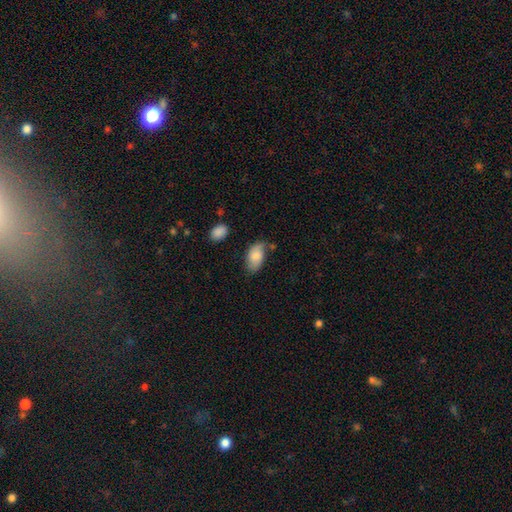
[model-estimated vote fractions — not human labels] Smooth or featured? smooth (78%)
How rounded? in between (94%)
Merging? none (58%)